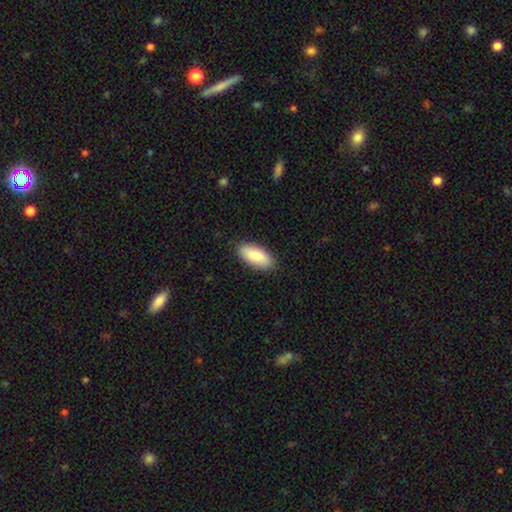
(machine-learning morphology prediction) A smooth galaxy with no disk features (83%) that is in between round and cigar-shaped (89%).

Vote fractions:
- Smooth or featured? smooth: 83% / featured or disk: 11% / star or artifact: 6%
- How rounded? in between: 89% / cigar-shaped: 9% / round: 2%
- Merging? none: 87% / minor disturbance: 10% / major disturbance: 2% / merger: 1%